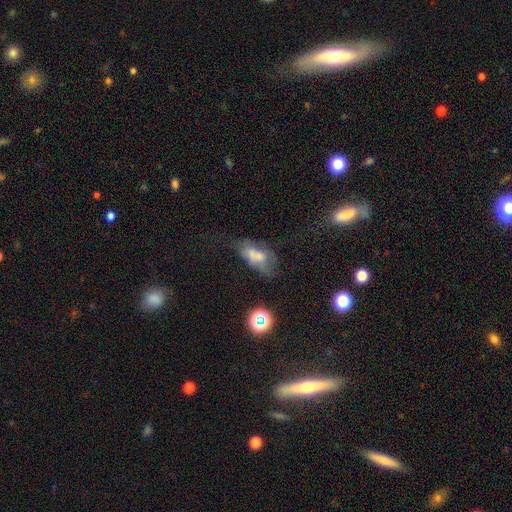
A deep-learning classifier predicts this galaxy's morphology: Smooth or featured? Predicted: smooth (p=0.53). How rounded? Predicted: in between (p=0.83). Merging? Predicted: merger (p=0.29).